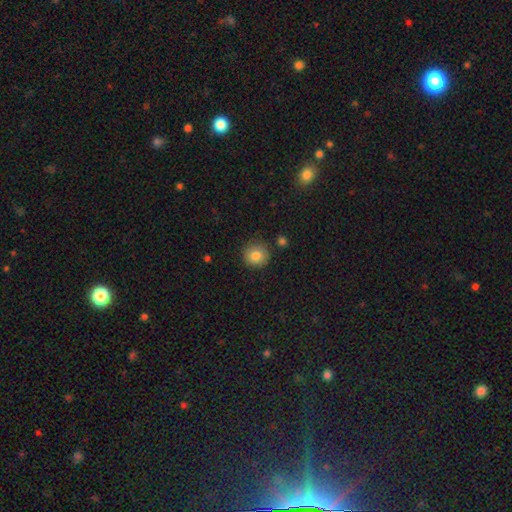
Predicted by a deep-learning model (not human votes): smooth_or_featured: smooth (p=0.84) [alt: star or artifact p=0.09]
how_rounded: round (p=0.92) [alt: in between p=0.08]
merging: none (p=0.86) [alt: minor disturbance p=0.09]